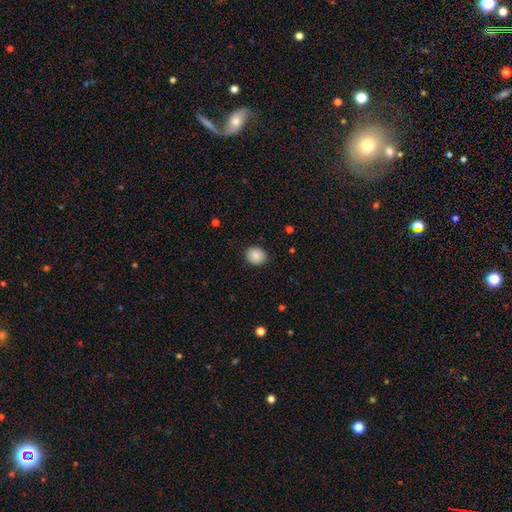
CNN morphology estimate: Q: Smooth or featured?
A: smooth (87%); runner-up: star or artifact (8%)
Q: How rounded?
A: round (72%); runner-up: in between (28%)
Q: Merging?
A: none (89%); runner-up: minor disturbance (8%)